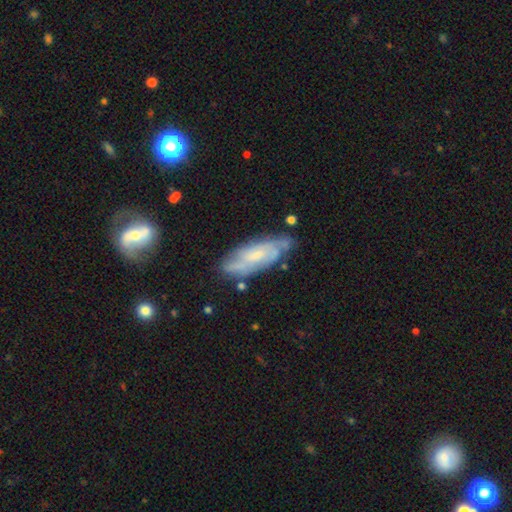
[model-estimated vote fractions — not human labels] Q: Smooth or featured?
A: featured or disk (68%); runner-up: smooth (25%)
Q: Edge-on disk?
A: no (84%); runner-up: yes (16%)
Q: Bar?
A: no (63%); runner-up: weak (32%)
Q: Spiral arms?
A: yes (87%); runner-up: no (13%)
Q: Spiral winding?
A: tight (51%); runner-up: medium (37%)
Q: Spiral arm count?
A: can't tell (47%); runner-up: 2 (25%)
Q: Bulge size?
A: small (63%); runner-up: moderate (26%)
Q: Merging?
A: none (70%); runner-up: minor disturbance (21%)